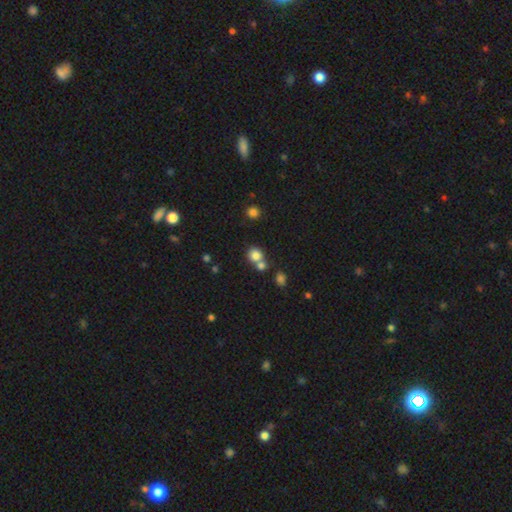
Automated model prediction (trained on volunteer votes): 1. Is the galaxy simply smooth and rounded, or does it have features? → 79% smooth, 13% star or artifact, 8% featured or disk.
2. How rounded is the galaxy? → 84% round, 15% in between, 1% cigar-shaped.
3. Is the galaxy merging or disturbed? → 51% none, 38% merger, 7% minor disturbance, 3% major disturbance.